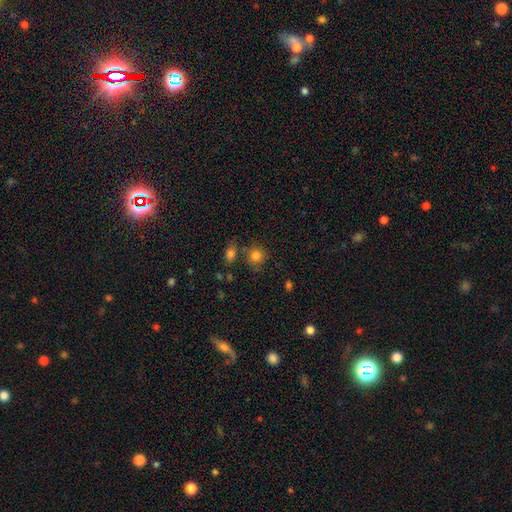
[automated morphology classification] Q: Smooth or featured?
A: smooth (83%); runner-up: star or artifact (11%)
Q: How rounded?
A: round (86%); runner-up: in between (13%)
Q: Merging?
A: none (71%); runner-up: merger (12%)